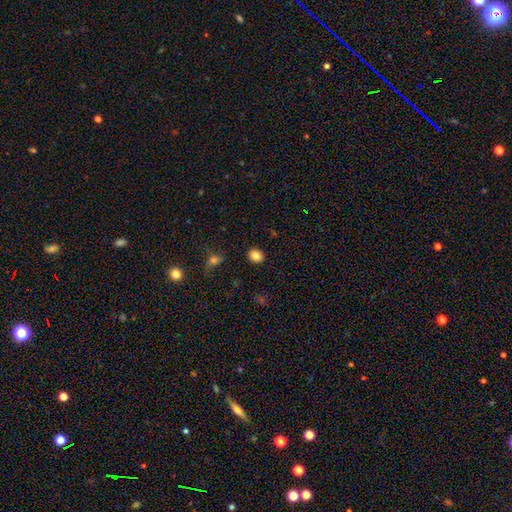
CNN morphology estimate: smooth-or-featured: smooth: 84% | star or artifact: 10% | featured or disk: 6%
  how-rounded: round: 61% | in between: 38% | cigar-shaped: 1%
  merging: none: 90% | minor disturbance: 7% | major disturbance: 2% | merger: 1%